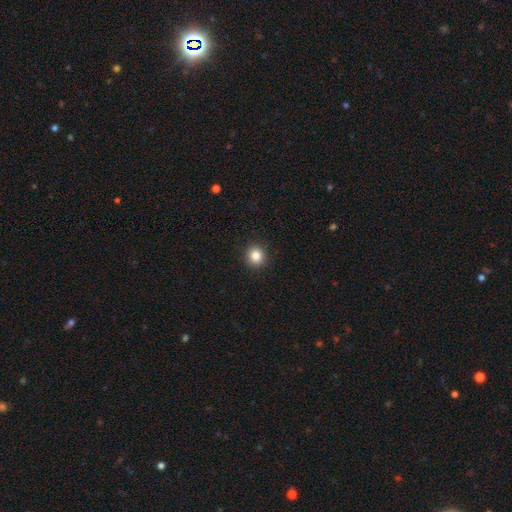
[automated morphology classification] This appears to be a smooth galaxy with no disk features (85%) that is round (89%). Merging: none (92%).